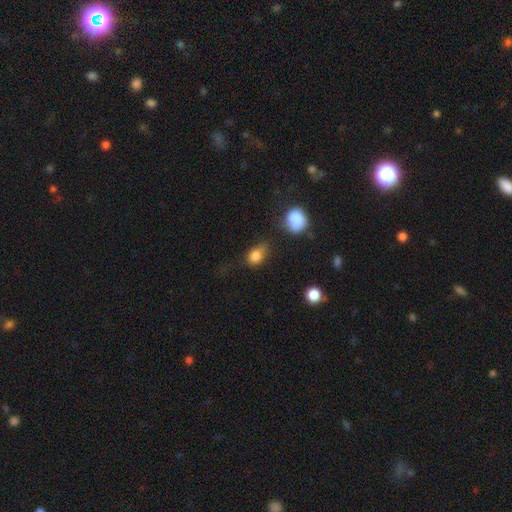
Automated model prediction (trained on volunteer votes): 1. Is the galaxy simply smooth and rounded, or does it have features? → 82% smooth, 11% star or artifact, 7% featured or disk.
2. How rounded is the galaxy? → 64% in between, 33% round, 2% cigar-shaped.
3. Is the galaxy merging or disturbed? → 45% none, 31% minor disturbance, 17% major disturbance, 7% merger.